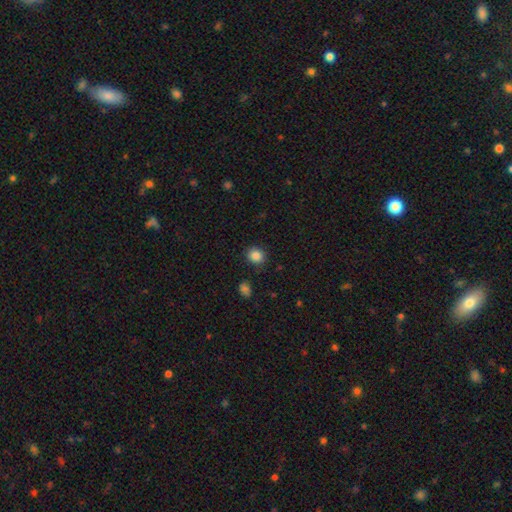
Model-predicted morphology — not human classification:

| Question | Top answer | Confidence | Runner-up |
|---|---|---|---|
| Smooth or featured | smooth | 86% | star or artifact (10%) |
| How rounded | round | 80% | in between (19%) |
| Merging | none | 87% | minor disturbance (9%) |